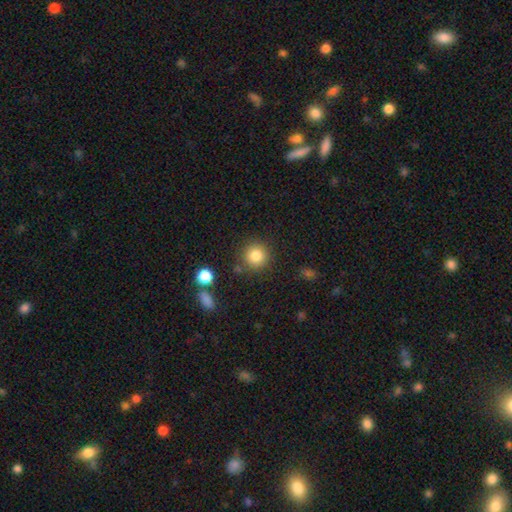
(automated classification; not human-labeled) Morphology: type=smooth (84%); roundness=round (93%); merging=none (84%).